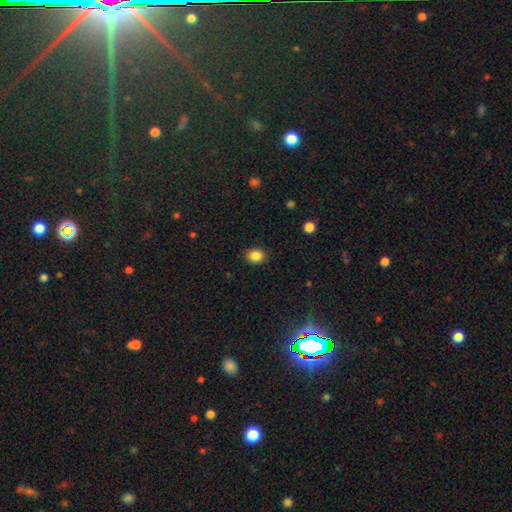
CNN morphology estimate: Smooth or featured?
  - smooth: 86% *
  - star or artifact: 10%
  - featured or disk: 4%
How rounded?
  - round: 56% *
  - in between: 43%
  - cigar-shaped: 1%
Merging?
  - none: 89% *
  - minor disturbance: 8%
  - major disturbance: 2%
  - merger: 1%